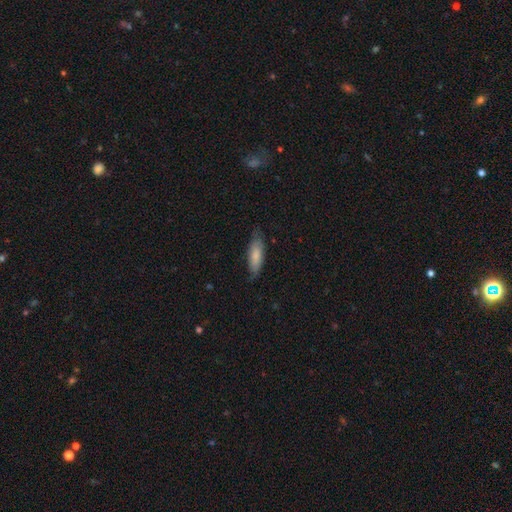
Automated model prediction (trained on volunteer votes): Overall: smooth (80%). How rounded: in between (62%; cigar-shaped 37%). Merging: none (73%).